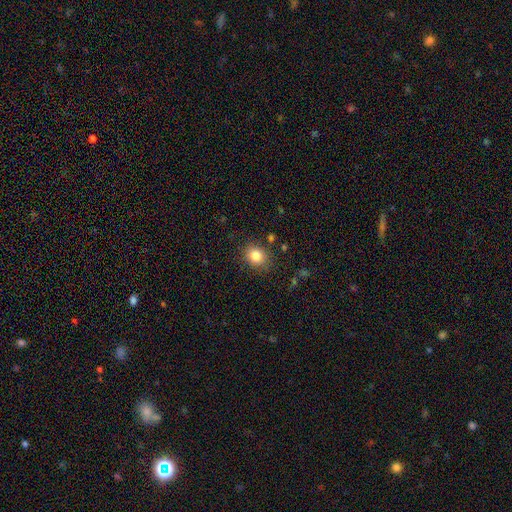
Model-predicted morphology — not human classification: Smooth or featured? Predicted: smooth (p=0.82). How rounded? Predicted: round (p=0.65). Merging? Predicted: none (p=0.85).